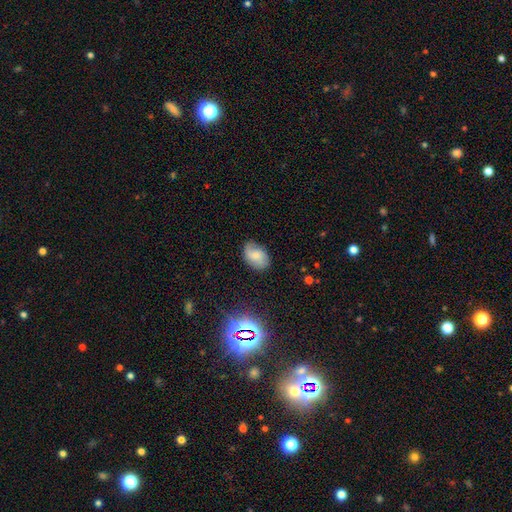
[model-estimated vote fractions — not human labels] Smooth or featured? smooth (55%)
How rounded? in between (84%)
Merging? none (73%)